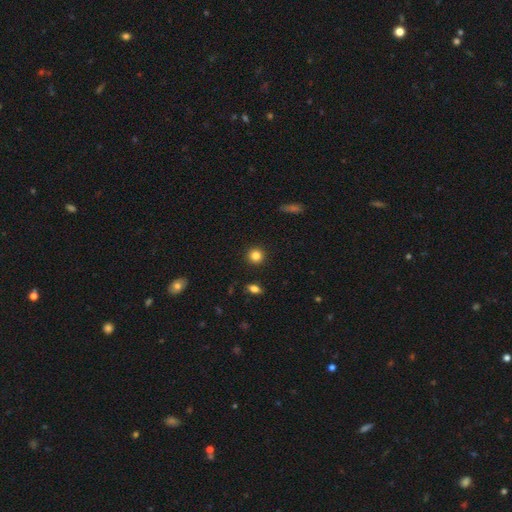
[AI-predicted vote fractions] smooth-or-featured: smooth: 83% | star or artifact: 11% | featured or disk: 5%
  how-rounded: round: 92% | in between: 7% | cigar-shaped: 1%
  merging: none: 92% | minor disturbance: 5% | major disturbance: 2% | merger: 2%